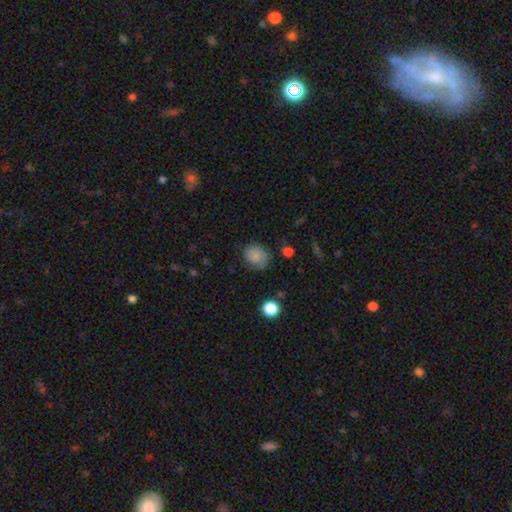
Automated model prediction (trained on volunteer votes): smooth_or_featured: smooth (p=0.80) [alt: featured or disk p=0.11]
how_rounded: round (p=0.69) [alt: in between p=0.30]
merging: none (p=0.70) [alt: minor disturbance p=0.22]